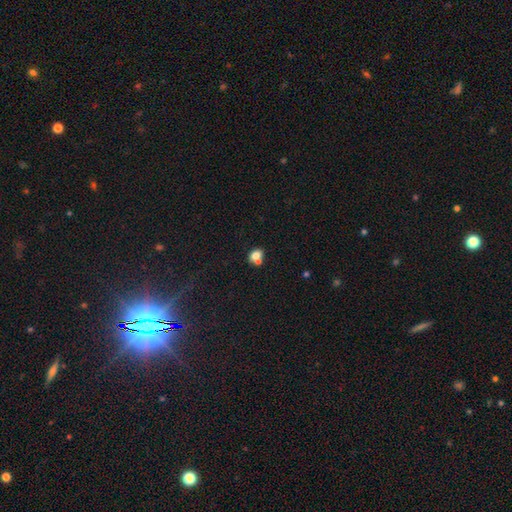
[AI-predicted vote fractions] Smooth or featured?
  - smooth: 75% *
  - featured or disk: 14%
  - star or artifact: 11%
How rounded?
  - in between: 56% *
  - round: 43%
  - cigar-shaped: 1%
Merging?
  - merger: 44% *
  - none: 41%
  - minor disturbance: 11%
  - major disturbance: 4%